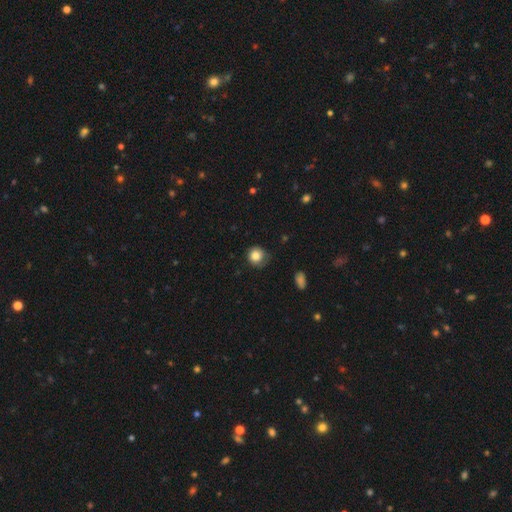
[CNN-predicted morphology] Smooth or featured? smooth (84%)
How rounded? round (88%)
Merging? none (66%)